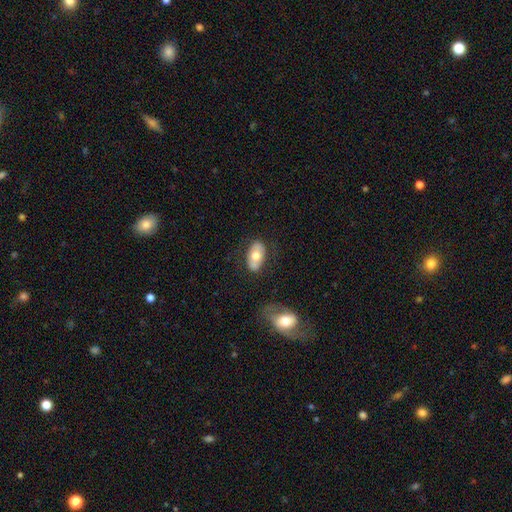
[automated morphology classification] Smooth or featured? Predicted: smooth (p=0.62). How rounded? Predicted: in between (p=0.92). Merging? Predicted: none (p=0.72).